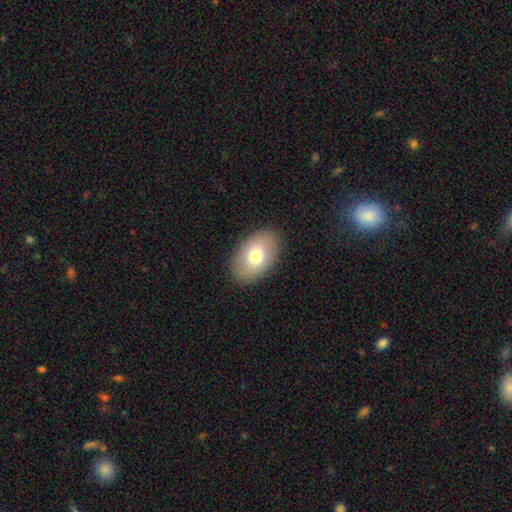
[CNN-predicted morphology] A smooth galaxy with no disk features (74%) that is in between round and cigar-shaped (90%).

Vote fractions:
- Smooth or featured? smooth: 74% / featured or disk: 18% / star or artifact: 8%
- How rounded? in between: 90% / round: 9% / cigar-shaped: 1%
- Merging? none: 87% / minor disturbance: 9% / major disturbance: 3% / merger: 1%